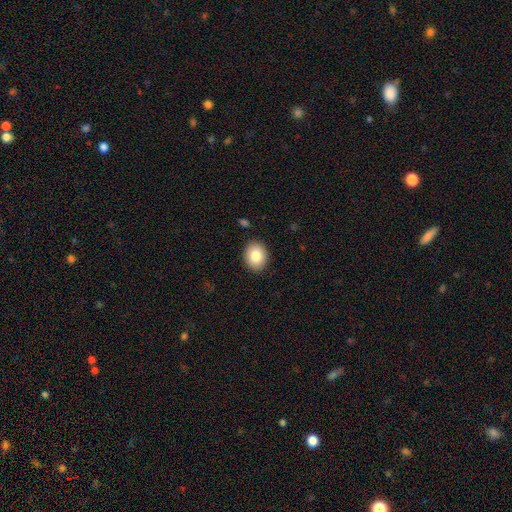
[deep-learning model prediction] This is clearly a smooth galaxy (83%). How rounded: possibly in between (55%). Merging: clearly none (89%).